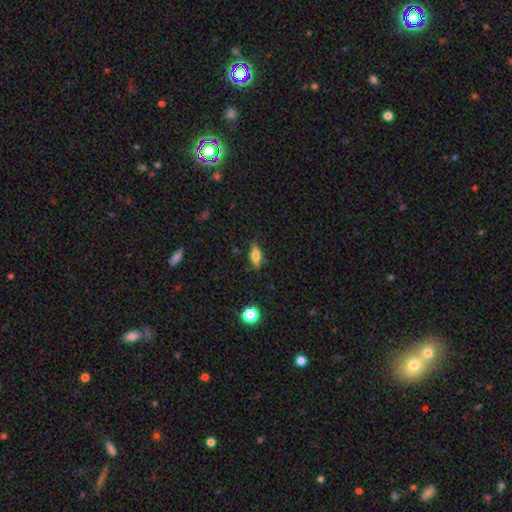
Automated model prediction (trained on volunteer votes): A smooth galaxy with no disk features (72%) that is in between round and cigar-shaped (71%). Merging: none (81%).